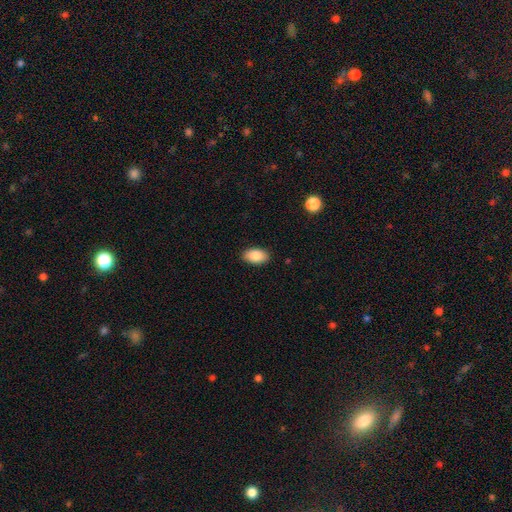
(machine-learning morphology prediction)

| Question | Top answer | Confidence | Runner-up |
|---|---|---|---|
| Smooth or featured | smooth | 88% | star or artifact (7%) |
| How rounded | in between | 94% | round (5%) |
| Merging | none | 89% | minor disturbance (8%) |